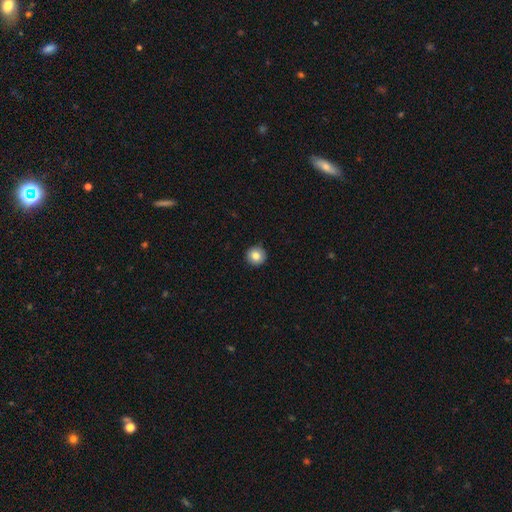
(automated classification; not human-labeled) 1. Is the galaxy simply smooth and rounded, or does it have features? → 84% smooth, 9% star or artifact, 8% featured or disk.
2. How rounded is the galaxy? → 95% round, 4% in between, 1% cigar-shaped.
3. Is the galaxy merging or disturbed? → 92% none, 5% minor disturbance, 1% major disturbance, 1% merger.